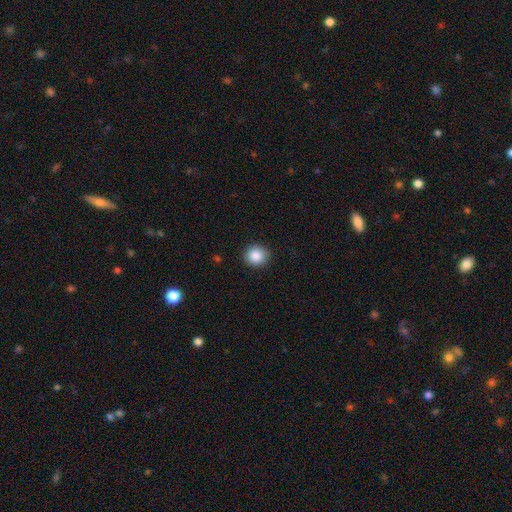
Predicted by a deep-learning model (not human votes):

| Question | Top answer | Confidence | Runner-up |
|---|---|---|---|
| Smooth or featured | smooth | 87% | star or artifact (9%) |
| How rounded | round | 89% | in between (10%) |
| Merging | none | 91% | minor disturbance (7%) |